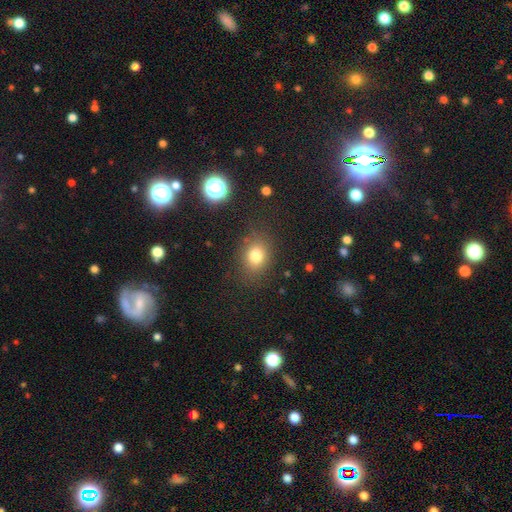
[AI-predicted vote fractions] Smooth or featured? smooth (78%)
How rounded? round (51%)
Merging? none (80%)